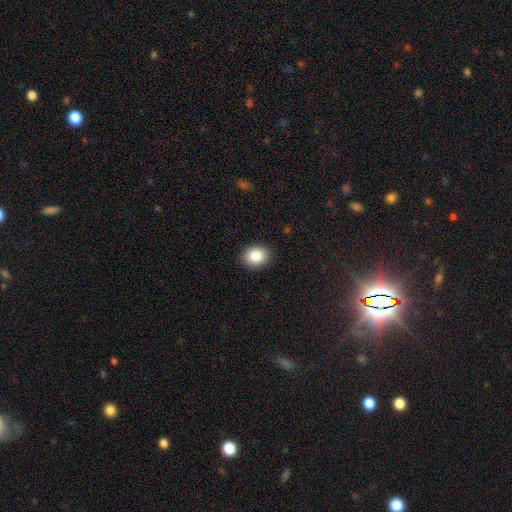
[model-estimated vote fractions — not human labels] smooth-or-featured: smooth: 87% | star or artifact: 8% | featured or disk: 5%
  how-rounded: round: 52% | in between: 47% | cigar-shaped: 1%
  merging: none: 90% | minor disturbance: 7% | major disturbance: 2% | merger: 1%